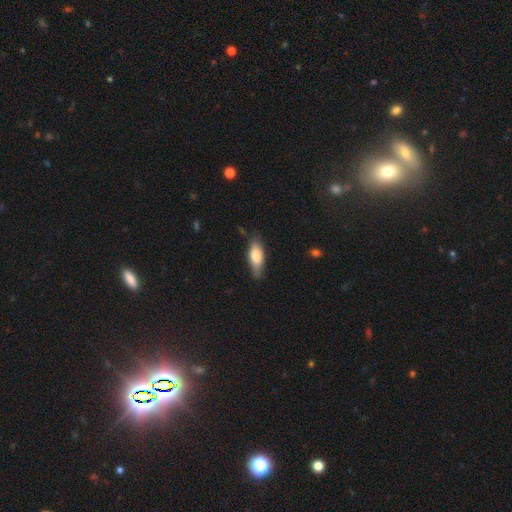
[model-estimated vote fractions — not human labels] Smooth or featured? smooth (75%)
How rounded? in between (68%)
Merging? none (77%)